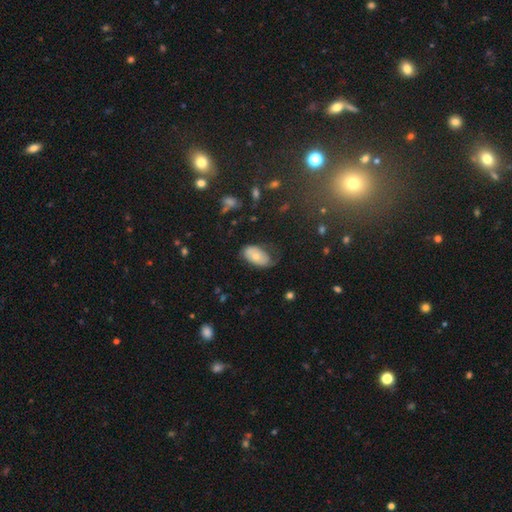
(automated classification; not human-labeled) This appears to be a smooth galaxy with no disk features (60%) that is in between round and cigar-shaped (93%). Merging: none (52%).